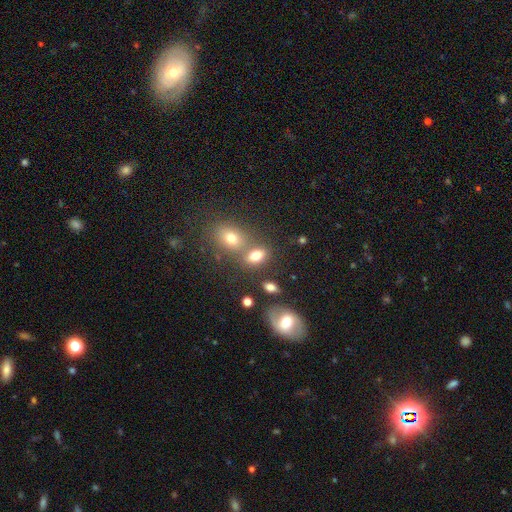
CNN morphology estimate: Q: Smooth or featured?
A: smooth (73%); runner-up: star or artifact (14%)
Q: How rounded?
A: in between (83%); runner-up: round (14%)
Q: Merging?
A: none (56%); runner-up: merger (27%)